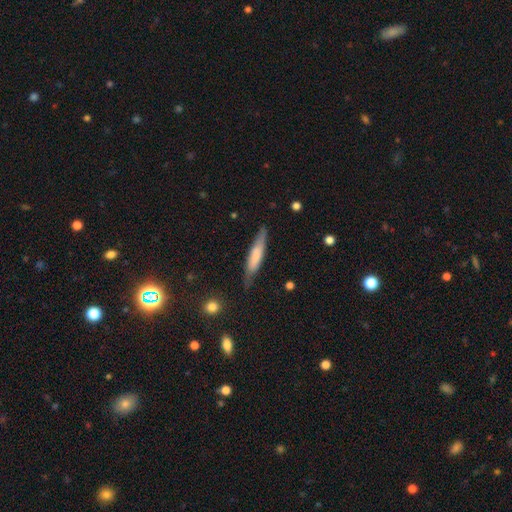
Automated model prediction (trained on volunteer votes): smooth-or-featured: smooth: 62% | featured or disk: 32% | star or artifact: 6%
  how-rounded: cigar-shaped: 83% | in between: 16% | round: 1%
  merging: none: 75% | minor disturbance: 20% | major disturbance: 4% | merger: 2%